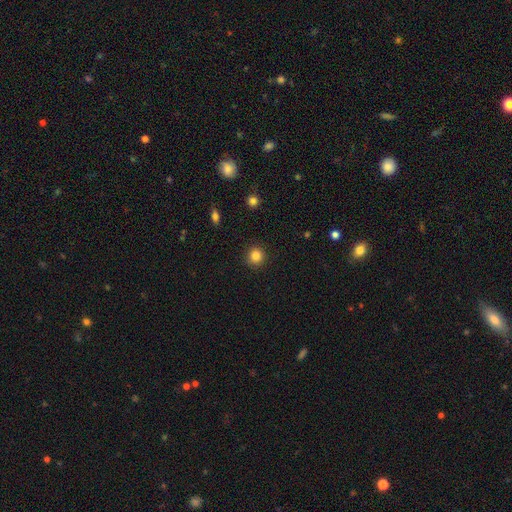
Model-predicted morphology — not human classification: This appears to be a smooth galaxy with no disk features (84%) that is round (93%). Merging: none (91%).